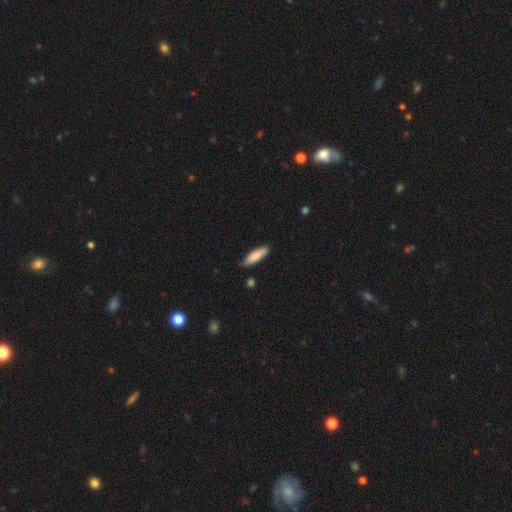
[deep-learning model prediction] Q: Smooth or featured?
A: smooth (83%); runner-up: featured or disk (11%)
Q: How rounded?
A: cigar-shaped (62%); runner-up: in between (36%)
Q: Merging?
A: none (72%); runner-up: minor disturbance (23%)